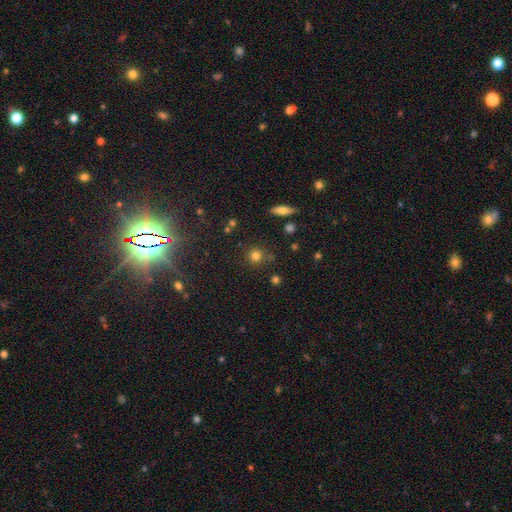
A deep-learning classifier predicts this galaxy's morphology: Smooth or featured: smooth — 77% (star or artifact — 16%)
How rounded: round — 92% (in between — 7%)
Merging: none — 82% (minor disturbance — 9%)